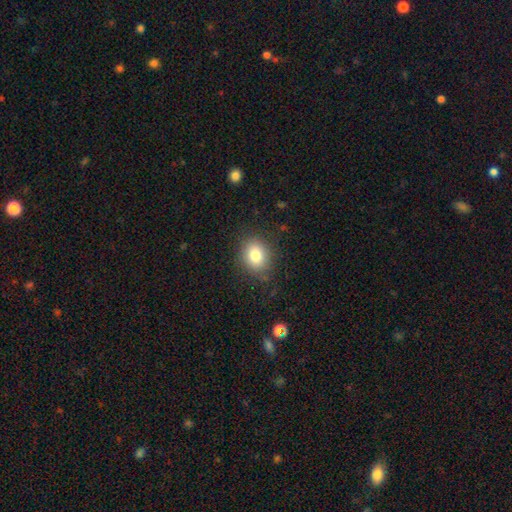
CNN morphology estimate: Smooth or featured? Predicted: smooth (p=0.82). How rounded? Predicted: in between (p=0.50). Merging? Predicted: none (p=0.83).